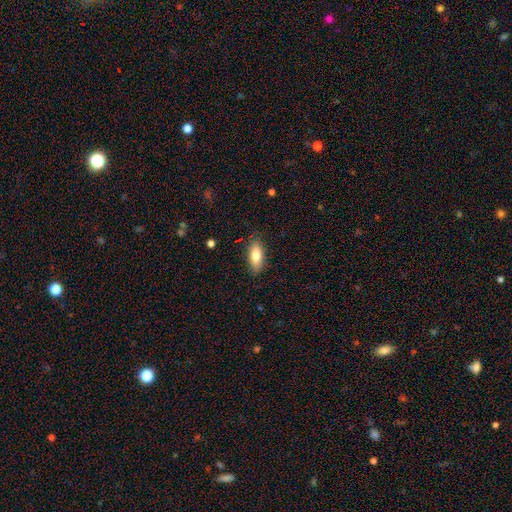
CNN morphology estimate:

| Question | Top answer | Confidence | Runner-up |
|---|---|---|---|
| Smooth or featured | smooth | 77% | featured or disk (16%) |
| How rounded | in between | 79% | cigar-shaped (18%) |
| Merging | none | 84% | minor disturbance (12%) |